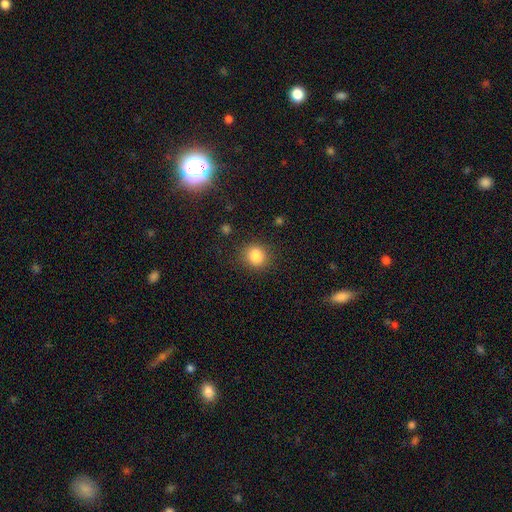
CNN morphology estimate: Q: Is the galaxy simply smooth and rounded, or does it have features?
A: smooth — 84%.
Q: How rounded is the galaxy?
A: round — 82%.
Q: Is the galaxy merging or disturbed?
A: none — 87%.